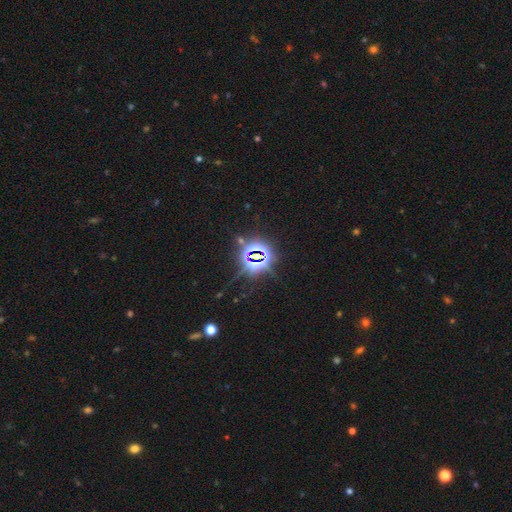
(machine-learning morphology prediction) Q: Smooth or featured?
A: star or artifact (82%); runner-up: smooth (10%)